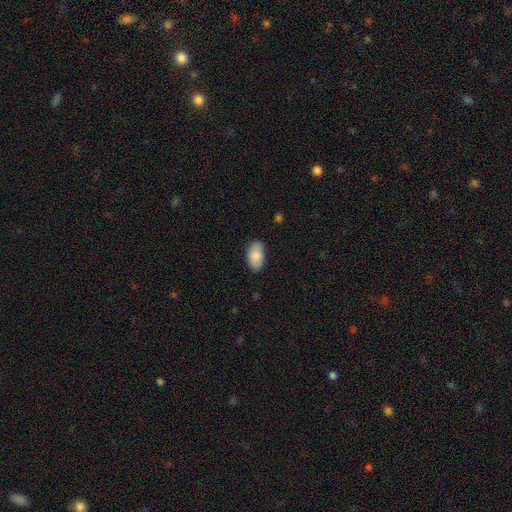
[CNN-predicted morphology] smooth 84%, featured or disk 10%, star or artifact 6%. Down the decision tree: how rounded — in between (94%); merging — none (76%).